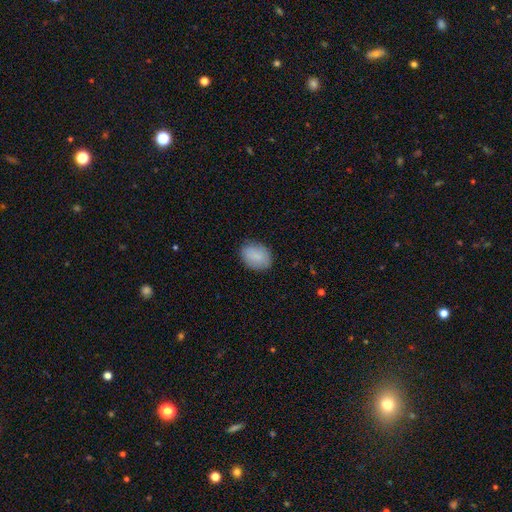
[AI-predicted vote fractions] Overall: smooth (85%). How rounded: in between (67%; round 32%). Merging: none (82%).